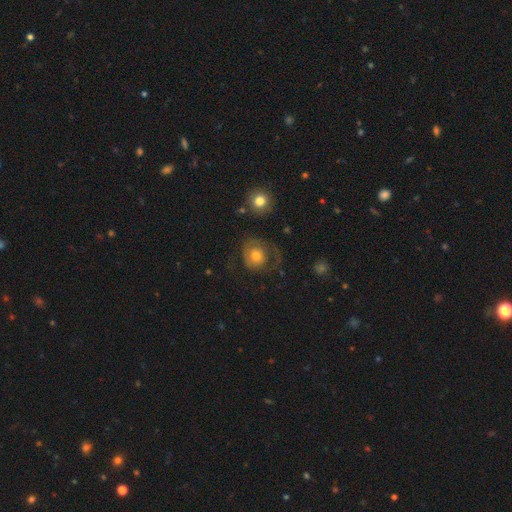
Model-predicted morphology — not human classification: Smooth or featured: smooth — 49% (featured or disk — 43%)
Merging: none — 40% (major disturbance — 38%)